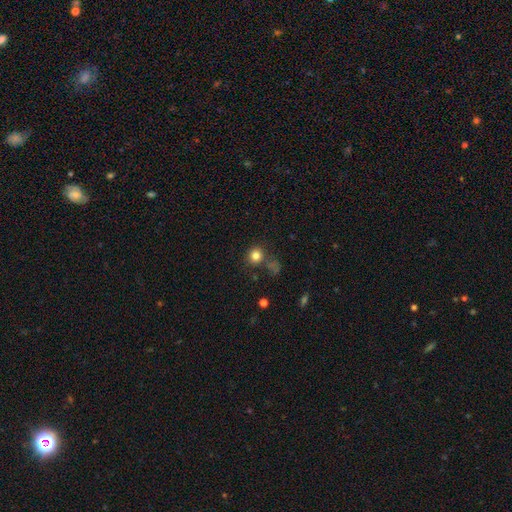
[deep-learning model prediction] smooth_or_featured: smooth (p=0.81) [alt: star or artifact p=0.13]
how_rounded: round (p=0.88) [alt: in between p=0.11]
merging: none (p=0.73) [alt: minor disturbance p=0.11]